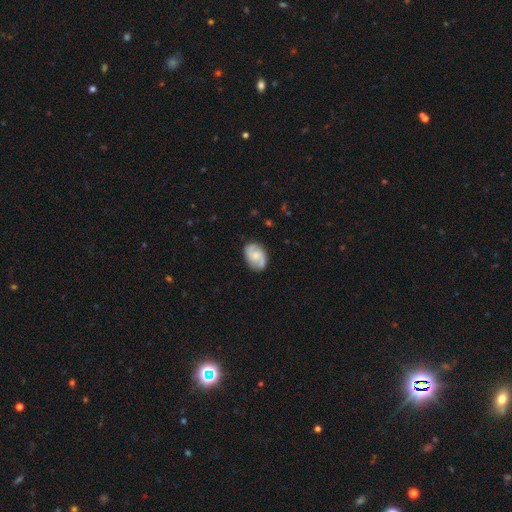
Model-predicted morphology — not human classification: Q: Smooth or featured?
A: featured or disk (63%); runner-up: smooth (30%)
Q: Edge-on disk?
A: no (97%); runner-up: yes (3%)
Q: Bar?
A: no (60%); runner-up: weak (35%)
Q: Spiral arms?
A: yes (92%); runner-up: no (8%)
Q: Spiral winding?
A: medium (47%); runner-up: loose (27%)
Q: Spiral arm count?
A: 2 (78%); runner-up: can't tell (9%)
Q: Bulge size?
A: small (43%); runner-up: moderate (36%)
Q: Merging?
A: none (80%); runner-up: minor disturbance (15%)